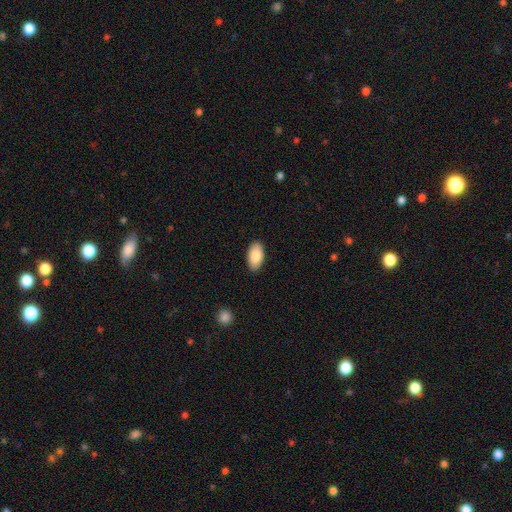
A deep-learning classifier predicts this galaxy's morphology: This is clearly a smooth galaxy (87%). How rounded: clearly in between (95%). Merging: clearly none (88%).